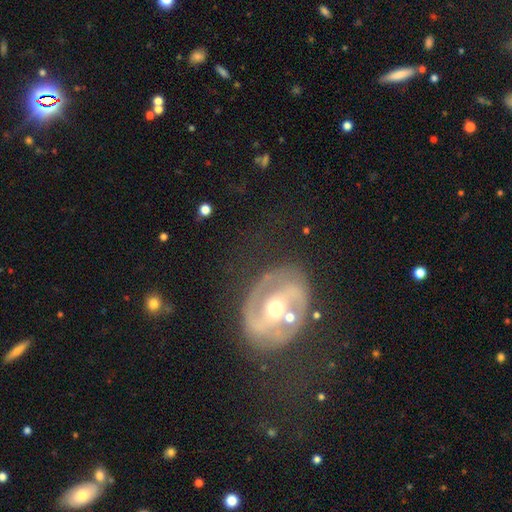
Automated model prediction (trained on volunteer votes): Smooth or featured: featured or disk — 82% (smooth — 11%)
Edge-on disk: no — 96% (yes — 4%)
Bar: weak — 35% (strong — 34%)
Spiral arms: yes — 76% (no — 24%)
Spiral winding: medium — 42% (tight — 36%)
Spiral arm count: 2 — 78% (can't tell — 11%)
Bulge size: moderate — 65% (small — 25%)
Merging: none — 63% (major disturbance — 17%)